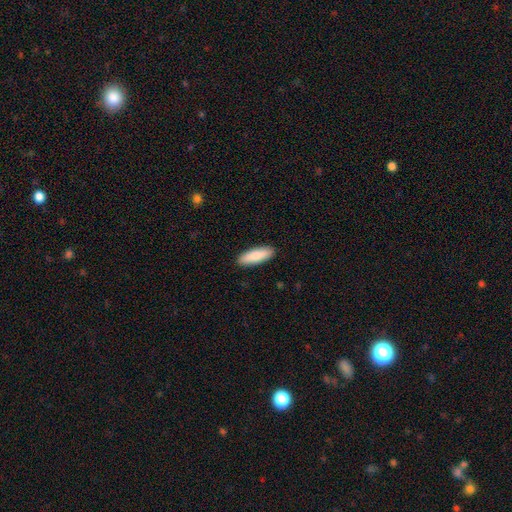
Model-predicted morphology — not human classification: This appears to be a smooth galaxy with no disk features (86%) that is in between round and cigar-shaped (53%). Merging: none (91%).